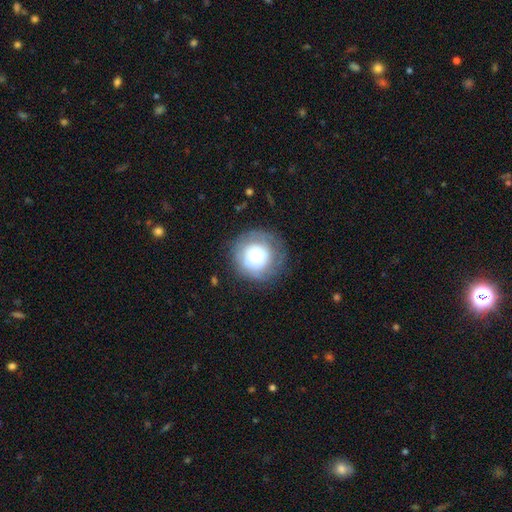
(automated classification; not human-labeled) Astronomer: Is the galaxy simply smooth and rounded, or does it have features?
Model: smooth — 51% (runner-up: featured or disk, 40%).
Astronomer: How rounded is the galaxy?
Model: round — 93%.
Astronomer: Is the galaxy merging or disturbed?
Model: none — 75%.